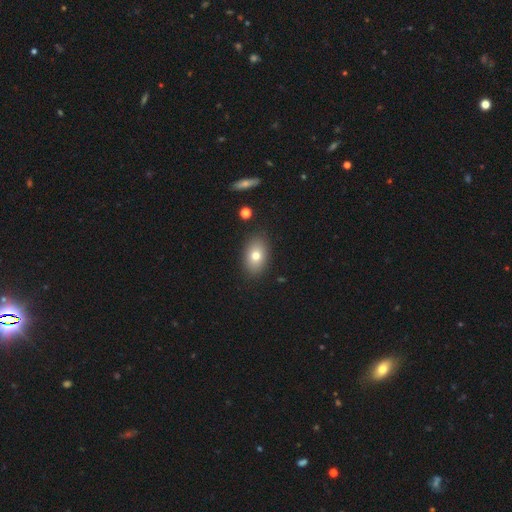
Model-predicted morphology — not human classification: A smooth galaxy with no disk features (75%) that is in between round and cigar-shaped (83%). Merging: none (87%).